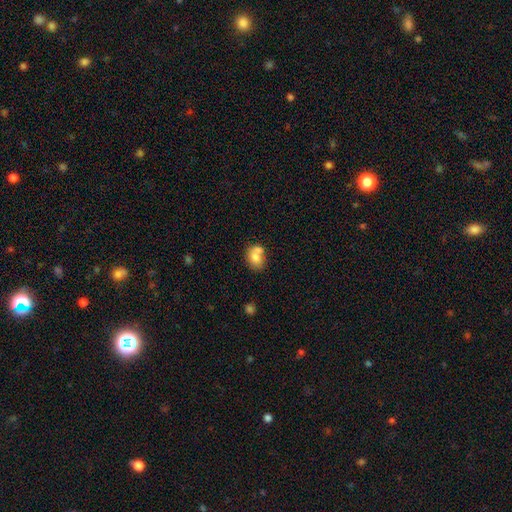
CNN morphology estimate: This is likely a smooth galaxy (76%). How rounded: likely in between (62%). Merging: marginally merger (42%).